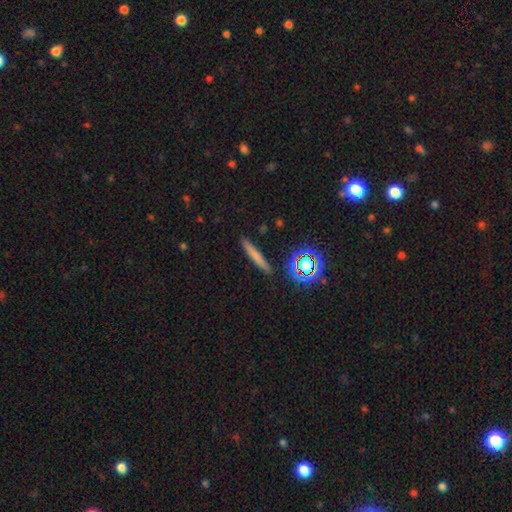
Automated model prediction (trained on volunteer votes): smooth 66%, featured or disk 21%, star or artifact 14%. Down the decision tree: how rounded — cigar-shaped (92%); merging — none (88%).